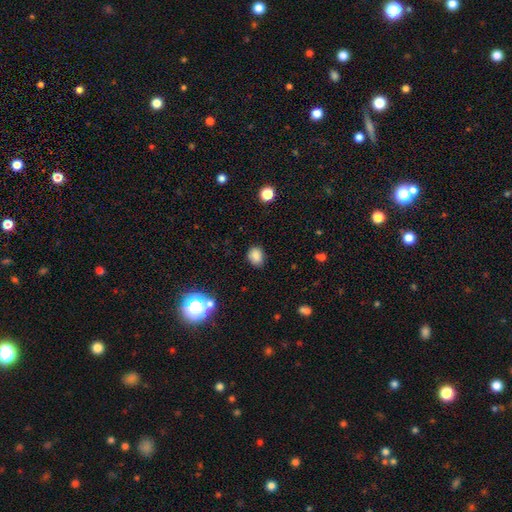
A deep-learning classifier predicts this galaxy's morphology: Smooth or featured? Predicted: smooth (p=0.84). How rounded? Predicted: in between (p=0.55). Merging? Predicted: none (p=0.83).